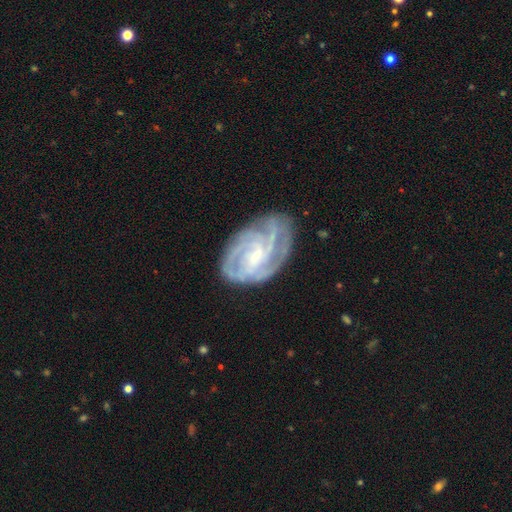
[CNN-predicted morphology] smooth_or_featured: featured or disk (p=0.87) [alt: smooth p=0.08]
disk_edge_on: no (p=0.97) [alt: yes p=0.03]
bar: no (p=0.46) [alt: weak p=0.42]
has_spiral_arms: yes (p=0.96) [alt: no p=0.04]
spiral_winding: tight (p=0.61) [alt: medium p=0.32]
spiral_arm_count: 3 (p=0.28) [alt: 4 p=0.25]
bulge_size: small (p=0.73) [alt: moderate p=0.20]
merging: none (p=0.69) [alt: minor disturbance p=0.21]